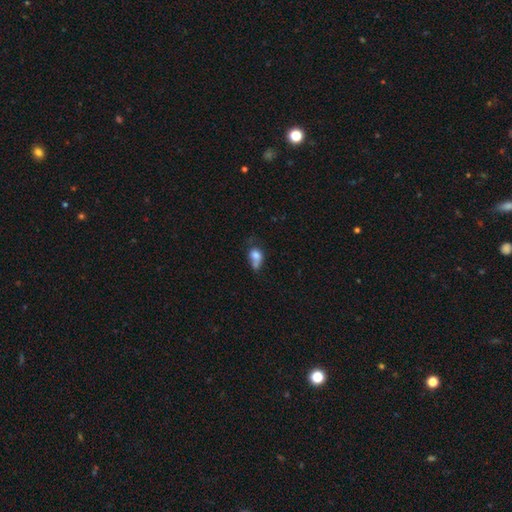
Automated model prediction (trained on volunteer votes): smooth-or-featured: smooth: 74% | featured or disk: 15% | star or artifact: 11%
  how-rounded: in between: 62% | round: 35% | cigar-shaped: 3%
  merging: merger: 33% | none: 26% | minor disturbance: 23% | major disturbance: 18%